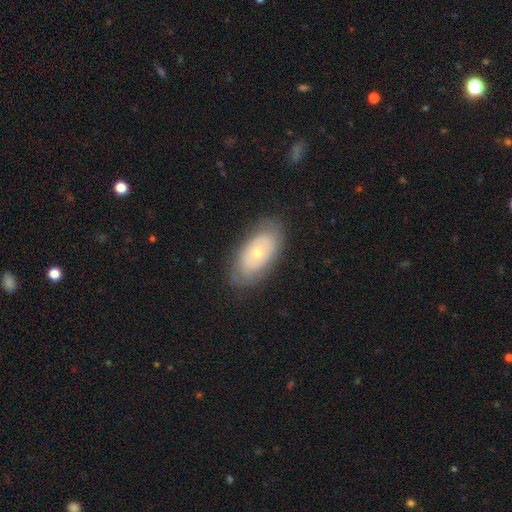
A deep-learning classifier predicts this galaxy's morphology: Overall: featured or disk (56%; smooth 36%). Edge-on disk: no (90%). Merging: none (82%).